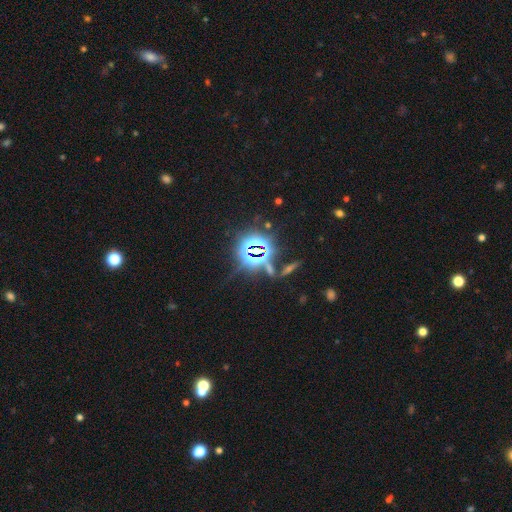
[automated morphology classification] Smooth or featured? star or artifact (79%)